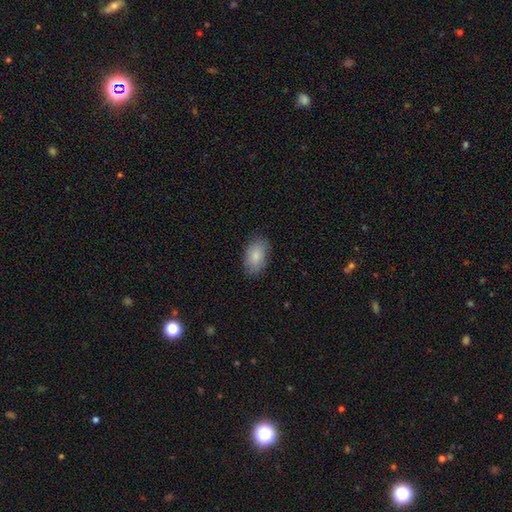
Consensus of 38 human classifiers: Volunteers were most divided on "how rounded": in between: 88%, round: 12%, cigar-shaped: 0%. More confident: merging — none (94%); smooth or featured — smooth (84%).